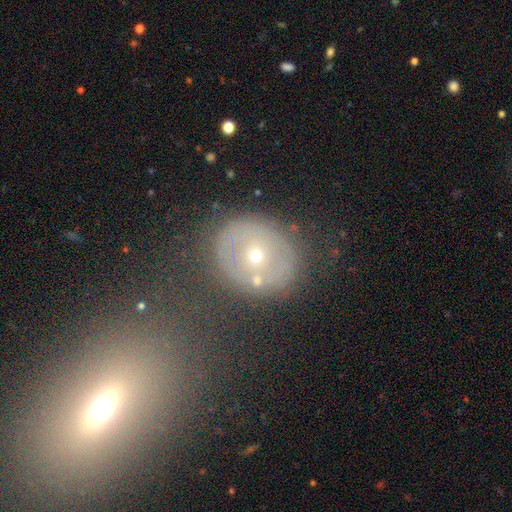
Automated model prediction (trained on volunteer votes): Smooth or featured: featured or disk — 51% (smooth — 36%)
Edge-on disk: no — 94% (yes — 6%)
Merging: none — 76% (minor disturbance — 12%)